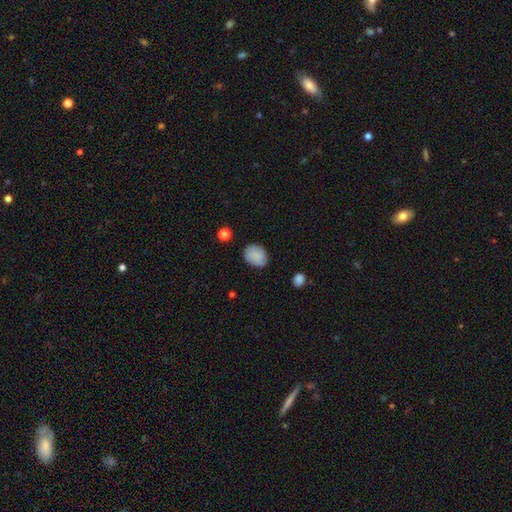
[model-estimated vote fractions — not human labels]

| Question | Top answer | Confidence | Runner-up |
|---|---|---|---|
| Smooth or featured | smooth | 87% | star or artifact (8%) |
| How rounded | in between | 58% | round (41%) |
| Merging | none | 81% | minor disturbance (14%) |